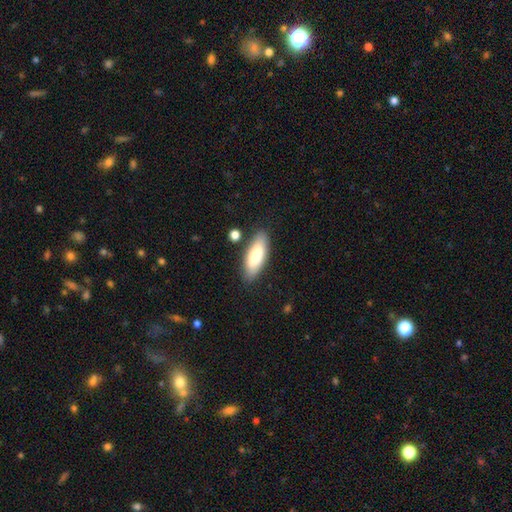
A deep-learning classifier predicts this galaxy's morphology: A smooth galaxy with no disk features (80%) that is in between round and cigar-shaped (68%).

Vote fractions:
- Smooth or featured? smooth: 80% / featured or disk: 15% / star or artifact: 6%
- How rounded? in between: 68% / cigar-shaped: 30% / round: 2%
- Merging? none: 83% / minor disturbance: 11% / merger: 4% / major disturbance: 3%